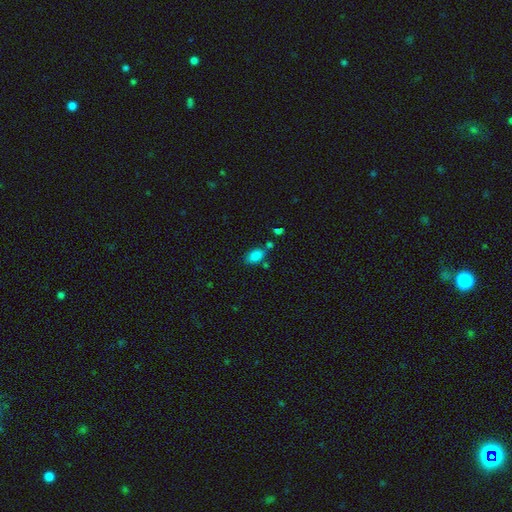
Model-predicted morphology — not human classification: Smooth or featured: smooth — 85% (star or artifact — 10%)
How rounded: in between — 90% (round — 8%)
Merging: none — 67% (minor disturbance — 17%)